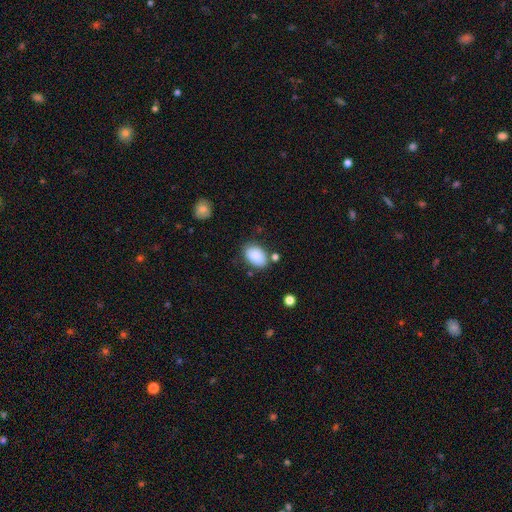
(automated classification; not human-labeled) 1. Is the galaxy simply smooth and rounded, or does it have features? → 88% smooth, 7% star or artifact, 5% featured or disk.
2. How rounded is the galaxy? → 88% in between, 11% round, 1% cigar-shaped.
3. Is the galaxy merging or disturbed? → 74% none, 16% minor disturbance, 6% merger, 4% major disturbance.